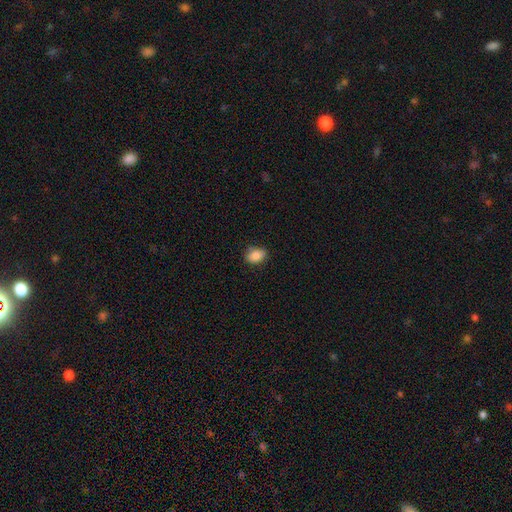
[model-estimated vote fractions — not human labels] Morphology: type=smooth (87%); roundness=in between (80%); merging=none (81%).